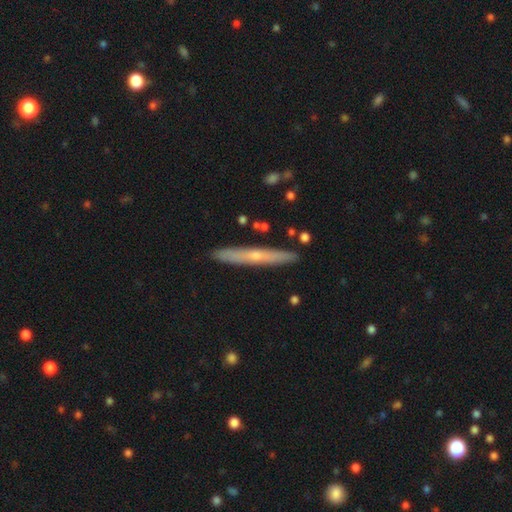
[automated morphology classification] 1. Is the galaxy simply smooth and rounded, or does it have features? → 55% featured or disk, 39% smooth, 6% star or artifact.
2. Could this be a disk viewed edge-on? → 93% yes, 7% no.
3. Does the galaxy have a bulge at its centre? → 57% rounded, 40% none, 2% boxy.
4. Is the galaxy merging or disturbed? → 89% none, 8% minor disturbance, 2% merger, 1% major disturbance.